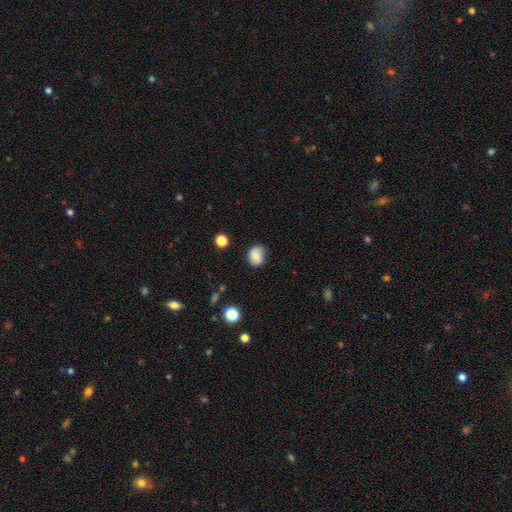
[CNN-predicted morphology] smooth-or-featured: smooth: 72% | featured or disk: 18% | star or artifact: 10%
  how-rounded: round: 58% | in between: 41% | cigar-shaped: 1%
  merging: none: 71% | minor disturbance: 22% | major disturbance: 5% | merger: 2%